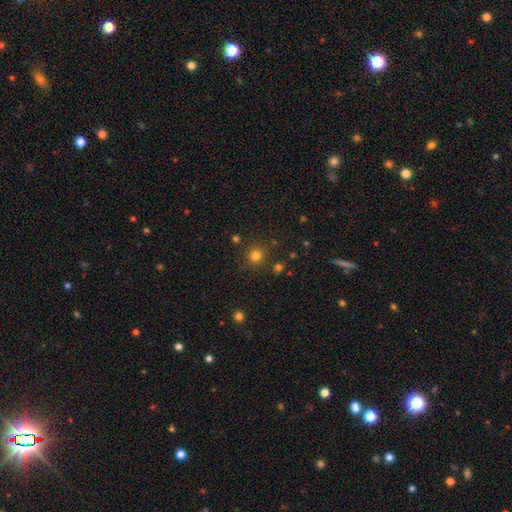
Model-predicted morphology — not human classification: Smooth or featured? Predicted: smooth (p=0.78). How rounded? Predicted: round (p=0.90). Merging? Predicted: none (p=0.85).